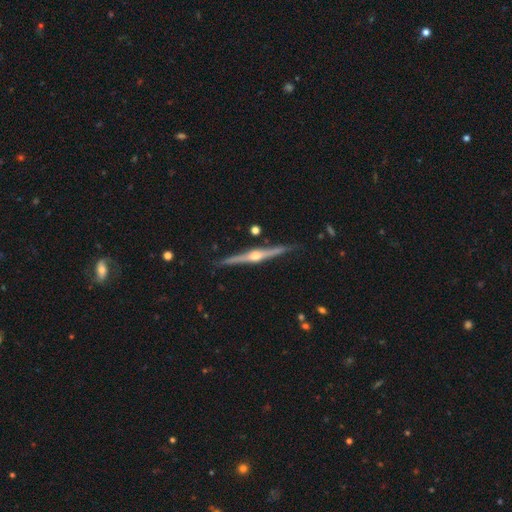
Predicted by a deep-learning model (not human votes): Morphology: type=featured or disk (85%); edge-on=yes (98%); edge-on bulge=rounded (94%); merging=none (89%).